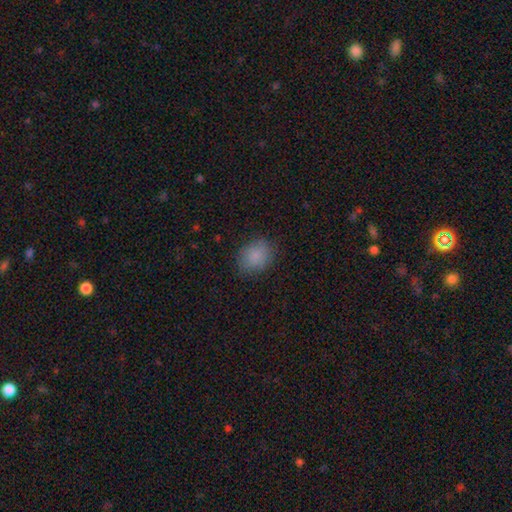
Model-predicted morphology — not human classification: Smooth or featured?
  - smooth: 85% *
  - star or artifact: 10%
  - featured or disk: 5%
How rounded?
  - round: 56% *
  - in between: 43%
  - cigar-shaped: 1%
Merging?
  - none: 82% *
  - minor disturbance: 13%
  - major disturbance: 4%
  - merger: 1%